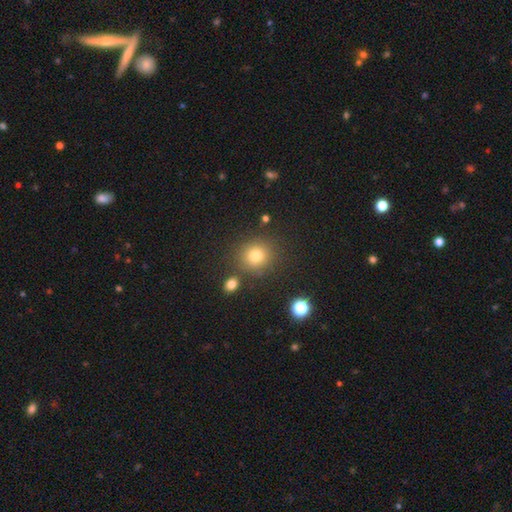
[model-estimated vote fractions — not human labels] Q: Smooth or featured?
A: smooth (77%); runner-up: star or artifact (15%)
Q: How rounded?
A: round (88%); runner-up: in between (11%)
Q: Merging?
A: none (83%); runner-up: minor disturbance (8%)